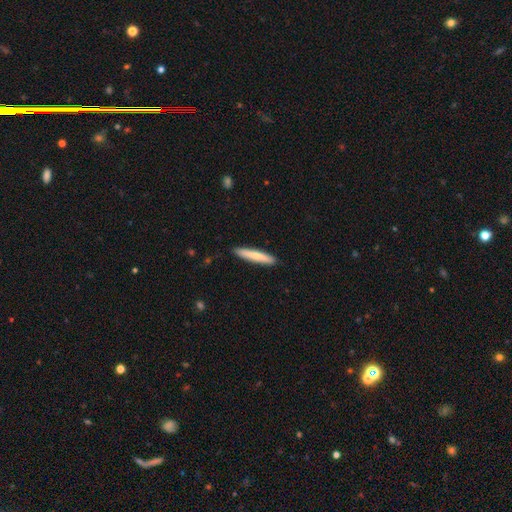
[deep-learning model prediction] Q: Smooth or featured?
A: smooth (71%); runner-up: featured or disk (24%)
Q: How rounded?
A: cigar-shaped (92%); runner-up: in between (7%)
Q: Merging?
A: none (90%); runner-up: minor disturbance (7%)